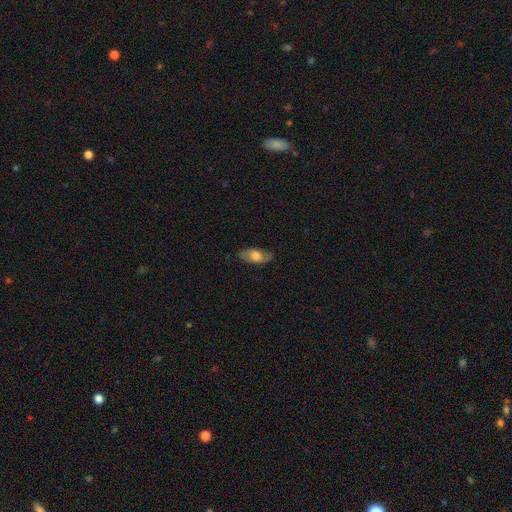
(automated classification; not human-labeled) Smooth or featured? smooth (63%)
How rounded? in between (86%)
Merging? none (79%)